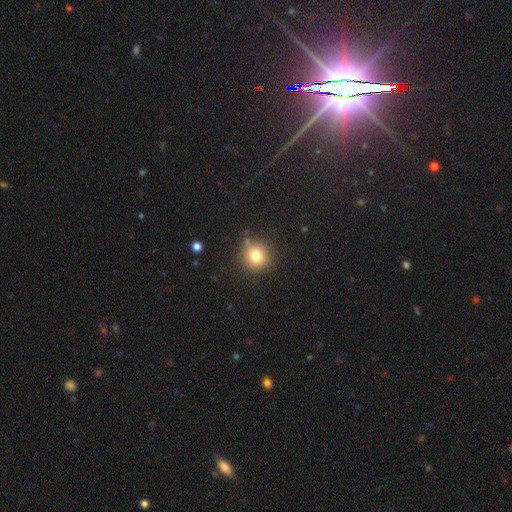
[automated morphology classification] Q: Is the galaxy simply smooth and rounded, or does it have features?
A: smooth — 78%.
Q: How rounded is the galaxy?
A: round — 93%.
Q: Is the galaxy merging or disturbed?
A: none — 85%.